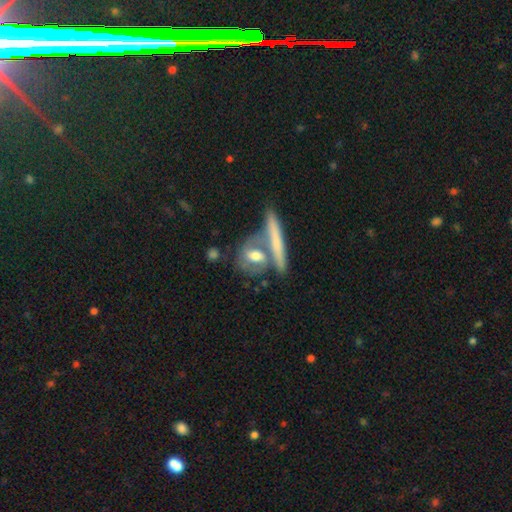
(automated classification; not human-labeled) Smooth or featured? featured or disk (49%)
Merging? none (46%)